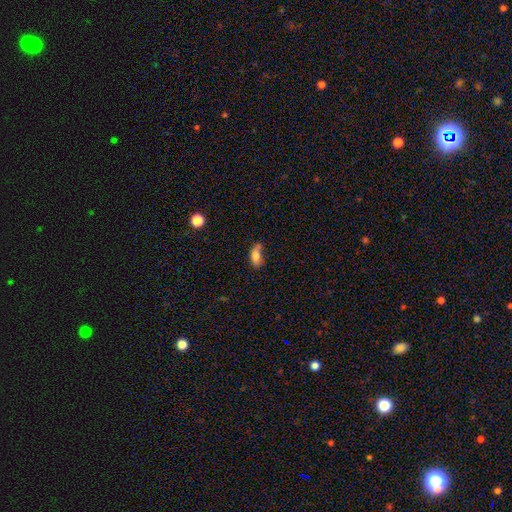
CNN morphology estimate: type=smooth (78%); roundness=in between (84%); merging=none (41%).